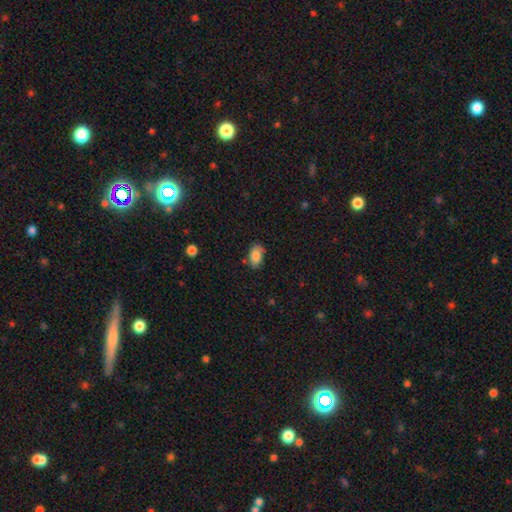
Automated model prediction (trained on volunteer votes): This is clearly a smooth galaxy (83%). How rounded: clearly in between (91%). Merging: likely none (73%).